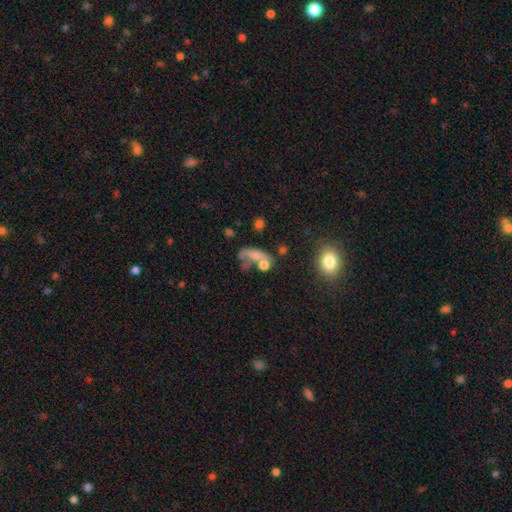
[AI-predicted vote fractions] Overall: smooth (55%; featured or disk 28%). How rounded: in between (70%). Merging: merger (40%; major disturbance 26%).